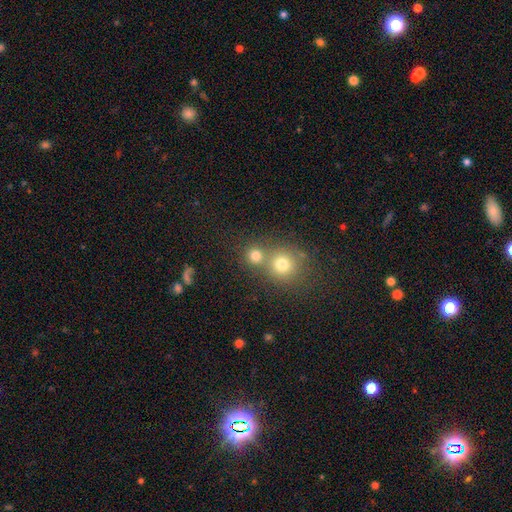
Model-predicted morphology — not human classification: Smooth or featured? smooth (77%)
How rounded? round (89%)
Merging? none (56%)